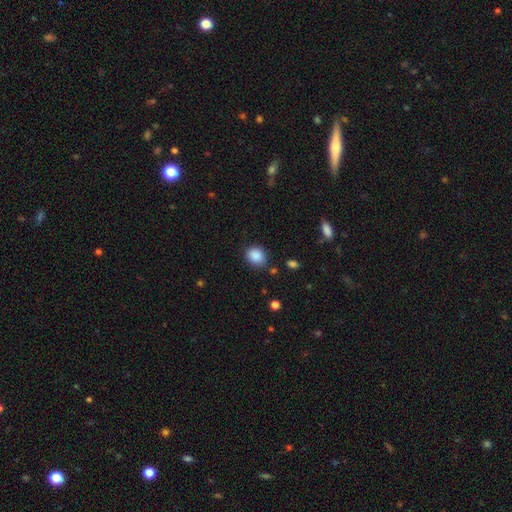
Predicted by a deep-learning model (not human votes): Smooth or featured? smooth (88%)
How rounded? round (69%)
Merging? none (83%)